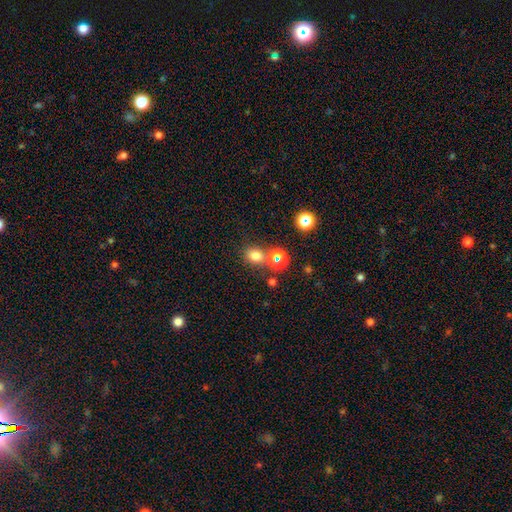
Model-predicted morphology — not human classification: The model was most divided on "how rounded": round: 58%, in between: 41%, cigar-shaped: 1%. More confident: smooth or featured — smooth (72%); merging — none (71%).